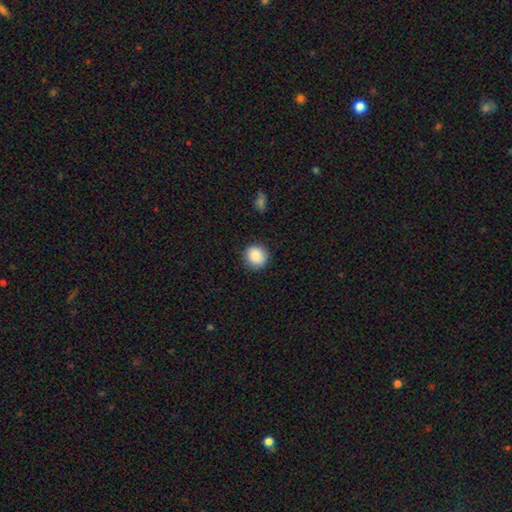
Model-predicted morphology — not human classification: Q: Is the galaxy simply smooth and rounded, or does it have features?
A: smooth — 88%.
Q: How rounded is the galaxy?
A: round — 88%.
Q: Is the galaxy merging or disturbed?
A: none — 88%.